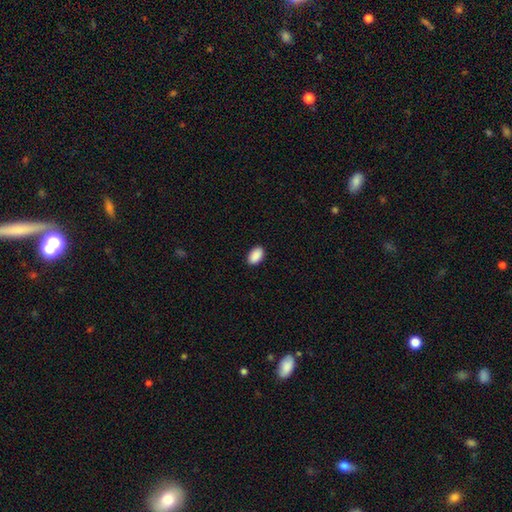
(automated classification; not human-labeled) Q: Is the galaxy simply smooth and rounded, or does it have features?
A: smooth — 91%.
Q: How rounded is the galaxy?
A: in between — 92%.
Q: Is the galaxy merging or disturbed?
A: none — 89%.